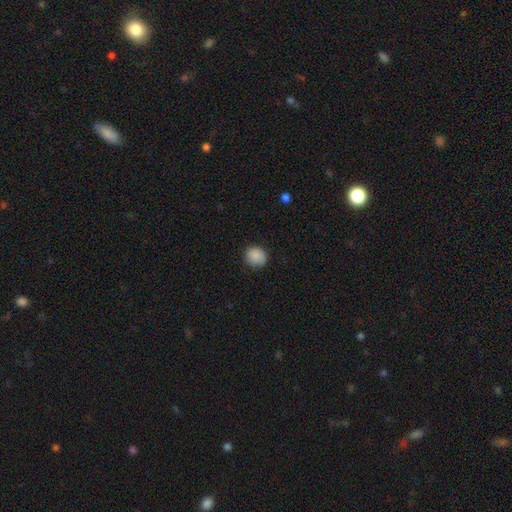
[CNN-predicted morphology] Q: Smooth or featured?
A: smooth (88%); runner-up: star or artifact (8%)
Q: How rounded?
A: round (82%); runner-up: in between (17%)
Q: Merging?
A: none (84%); runner-up: minor disturbance (12%)